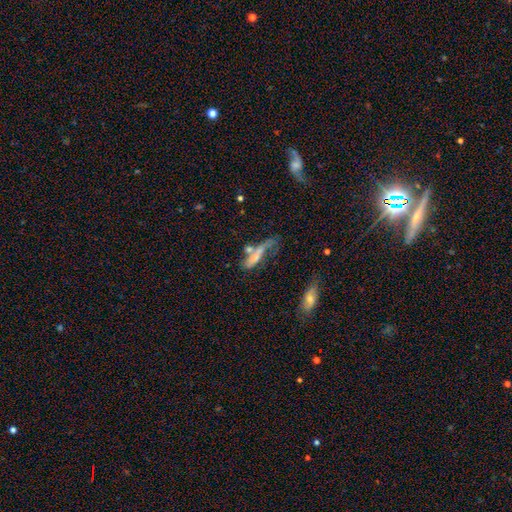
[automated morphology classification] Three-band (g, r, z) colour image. It shows a smooth galaxy with no disk features (51%) that is cigar-shaped (56%). Merging: merger (34%).